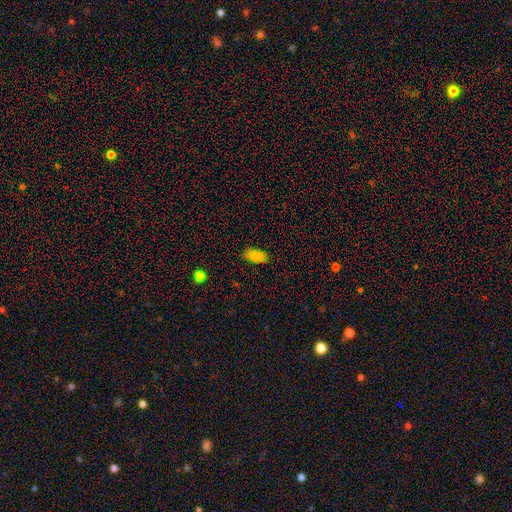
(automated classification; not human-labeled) smooth 85%, star or artifact 10%, featured or disk 5%. Down the decision tree: how rounded — in between (93%); merging — none (85%).